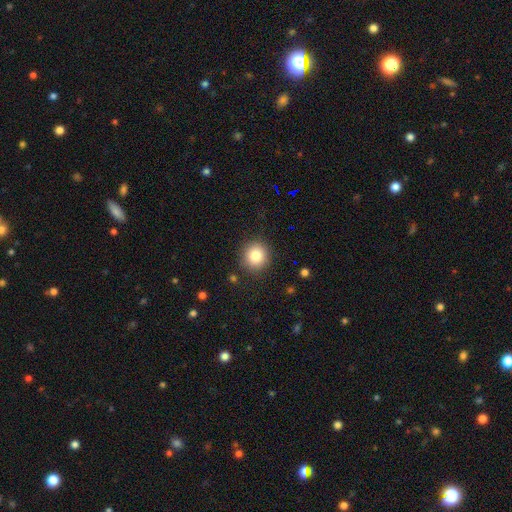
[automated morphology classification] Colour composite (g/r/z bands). It shows a smooth galaxy with no disk features (83%) that is round (89%). Merging: none (89%).